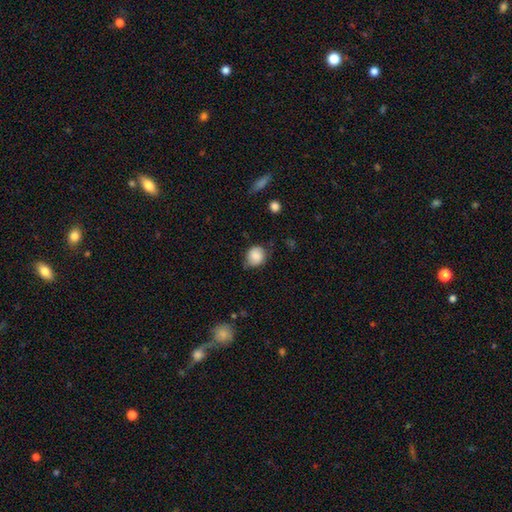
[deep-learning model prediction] Smooth or featured: smooth — 83% (featured or disk — 9%)
How rounded: round — 73% (in between — 26%)
Merging: none — 66% (minor disturbance — 26%)